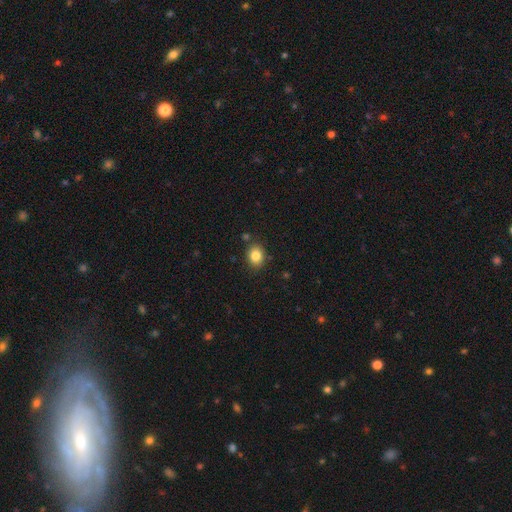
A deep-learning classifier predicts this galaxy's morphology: Q: Smooth or featured?
A: smooth (83%); runner-up: star or artifact (10%)
Q: How rounded?
A: round (54%); runner-up: in between (45%)
Q: Merging?
A: none (83%); runner-up: minor disturbance (11%)